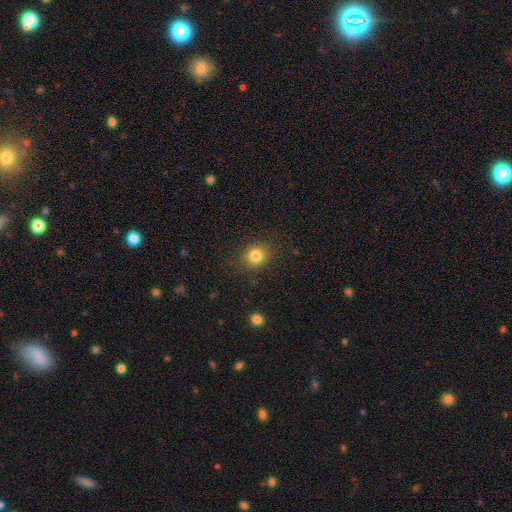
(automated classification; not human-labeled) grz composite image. It shows a smooth galaxy with no disk features (82%) that is round (75%). Merging: none (85%).